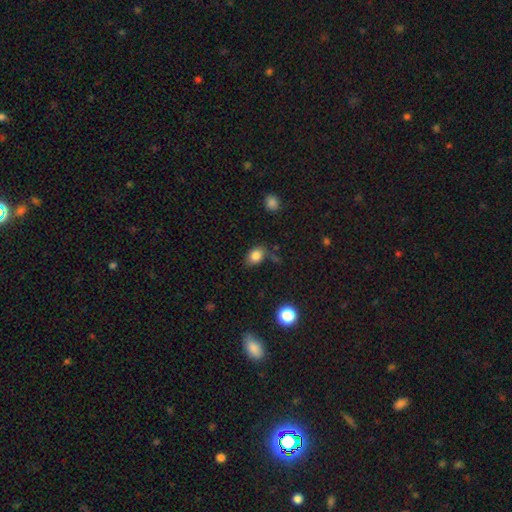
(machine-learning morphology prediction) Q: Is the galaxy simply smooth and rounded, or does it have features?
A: smooth — 83%.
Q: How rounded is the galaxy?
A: in between — 72%.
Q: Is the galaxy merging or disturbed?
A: none — 71%.